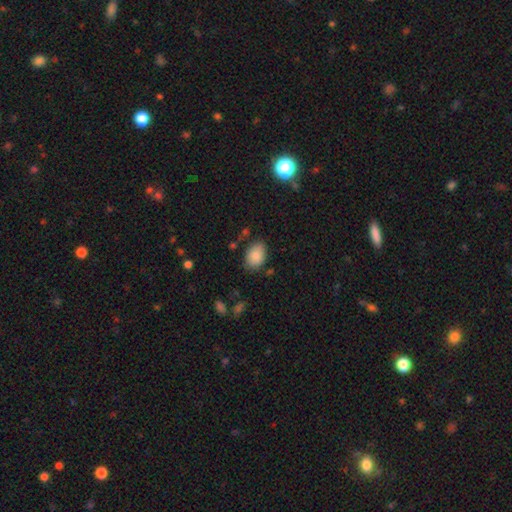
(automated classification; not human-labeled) A smooth galaxy with no disk features (86%) that is in between round and cigar-shaped (81%).

Vote fractions:
- Smooth or featured? smooth: 86% / star or artifact: 8% / featured or disk: 6%
- How rounded? in between: 81% / round: 17% / cigar-shaped: 1%
- Merging? none: 76% / minor disturbance: 17% / major disturbance: 4% / merger: 3%